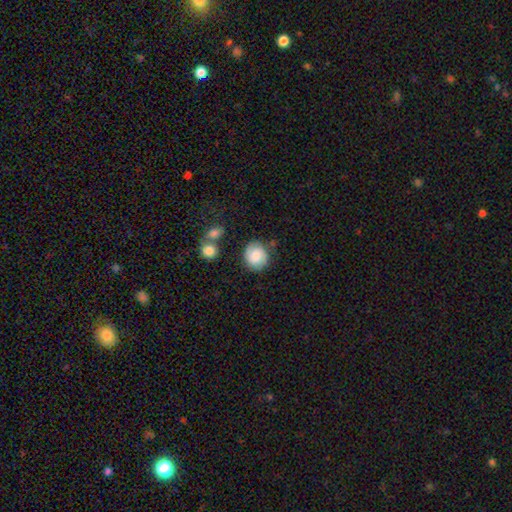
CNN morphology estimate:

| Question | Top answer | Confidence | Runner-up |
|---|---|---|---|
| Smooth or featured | smooth | 65% | featured or disk (27%) |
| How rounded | round | 78% | in between (21%) |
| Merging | none | 75% | minor disturbance (16%) |